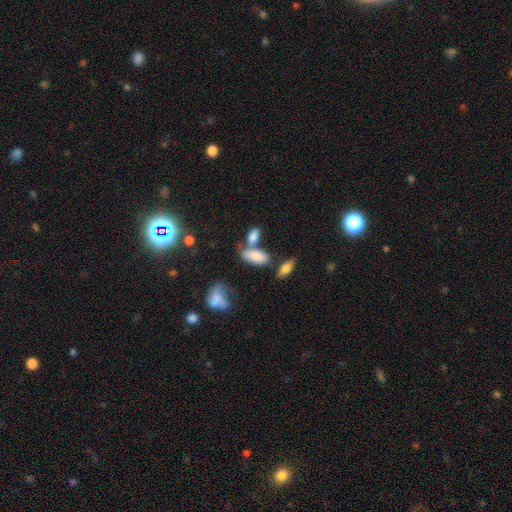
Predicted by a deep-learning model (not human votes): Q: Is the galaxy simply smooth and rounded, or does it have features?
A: smooth — 79%.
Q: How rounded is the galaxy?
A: in between — 86%.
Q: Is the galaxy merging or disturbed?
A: none — 45%.